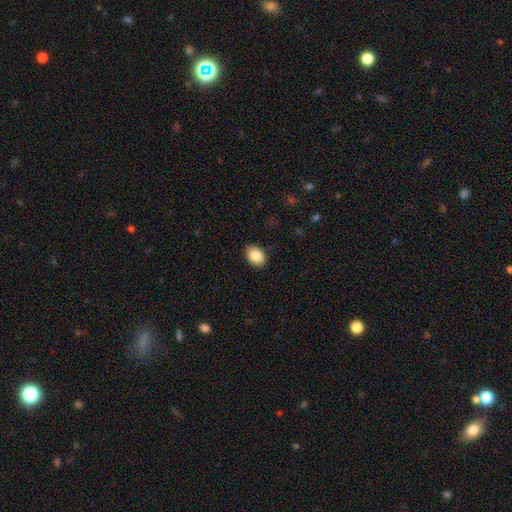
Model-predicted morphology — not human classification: Q: Smooth or featured?
A: smooth (86%); runner-up: star or artifact (8%)
Q: How rounded?
A: in between (72%); runner-up: round (27%)
Q: Merging?
A: none (88%); runner-up: minor disturbance (9%)